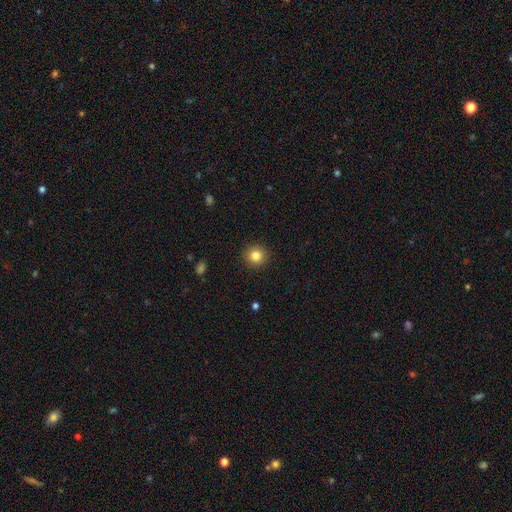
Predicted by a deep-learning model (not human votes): This is clearly a smooth galaxy (83%). How rounded: clearly round (92%). Merging: clearly none (92%).